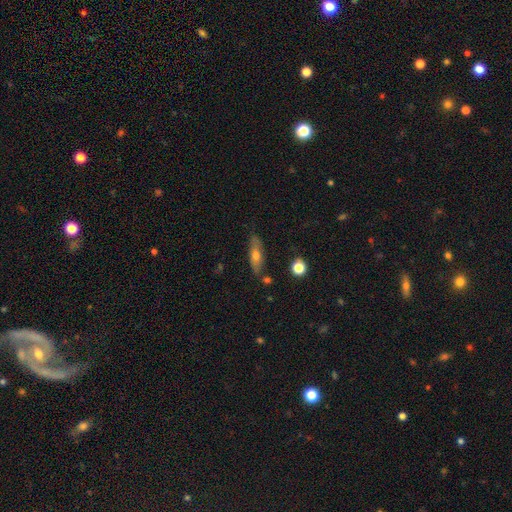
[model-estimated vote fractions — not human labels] Smooth or featured: smooth — 58% (featured or disk — 35%)
How rounded: in between — 54% (cigar-shaped — 42%)
Merging: none — 75% (minor disturbance — 16%)